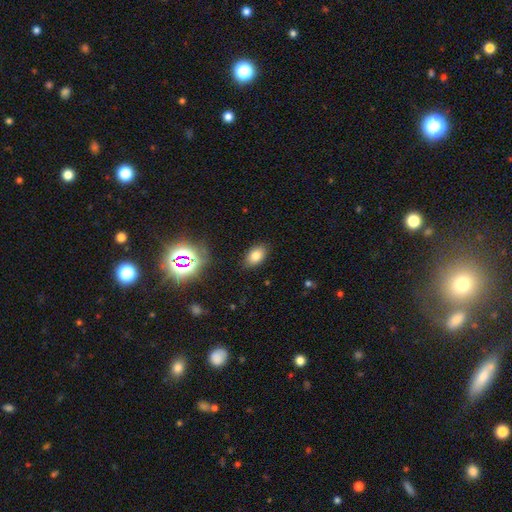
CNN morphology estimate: smooth_or_featured: smooth (p=0.76) [alt: star or artifact p=0.14]
how_rounded: in between (p=0.89) [alt: round p=0.09]
merging: none (p=0.87) [alt: minor disturbance p=0.09]